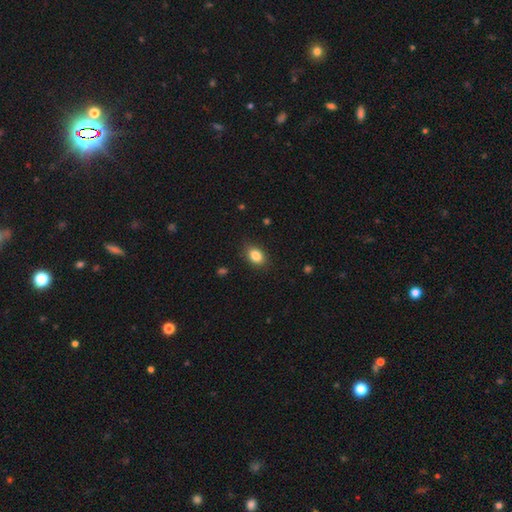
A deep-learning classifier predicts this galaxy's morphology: This is clearly a smooth galaxy (85%). How rounded: likely in between (79%). Merging: clearly none (85%).